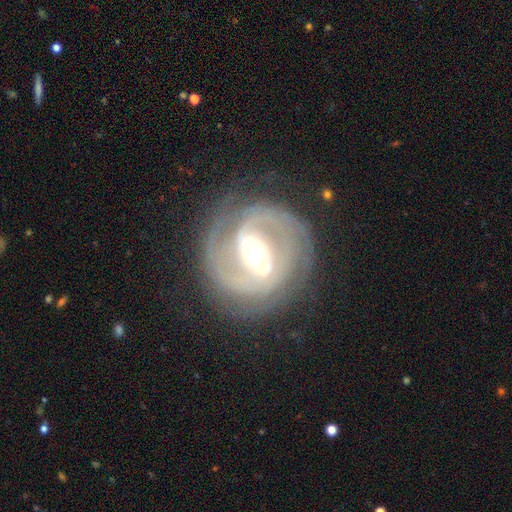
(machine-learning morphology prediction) This appears to be a featured or disk galaxy (89%) with a strong bar (58%), 2 (64%) tight (61%) spiral arms (95%) and a moderate central bulge (65%). Merging: none (77%).